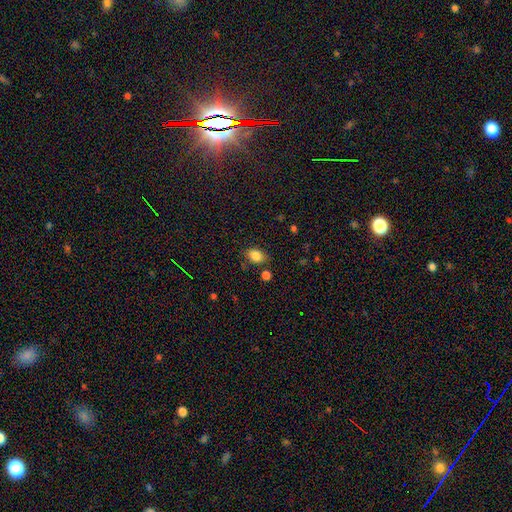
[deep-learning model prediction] Smooth or featured? smooth (84%)
How rounded? in between (74%)
Merging? none (74%)